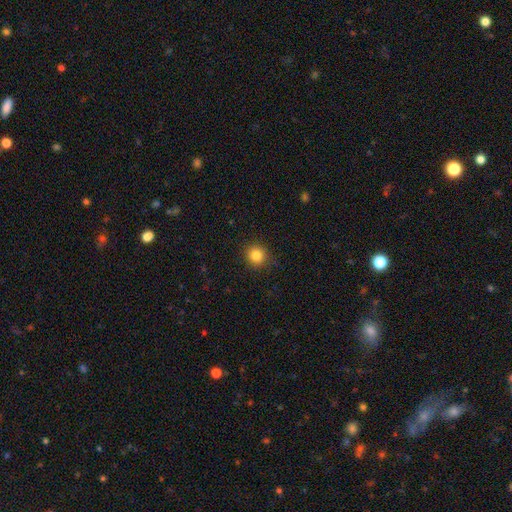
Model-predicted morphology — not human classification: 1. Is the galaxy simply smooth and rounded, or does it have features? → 84% smooth, 11% star or artifact, 5% featured or disk.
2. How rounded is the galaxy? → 92% round, 7% in between, 1% cigar-shaped.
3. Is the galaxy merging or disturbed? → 91% none, 6% minor disturbance, 2% major disturbance, 1% merger.